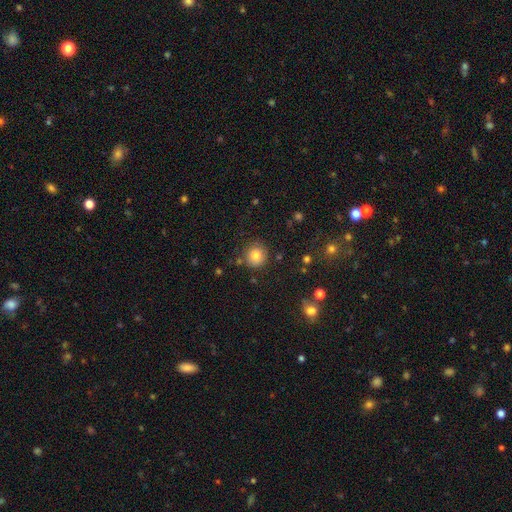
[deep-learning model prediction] smooth 82%, star or artifact 11%, featured or disk 7%. Down the decision tree: how rounded — round (89%); merging — none (84%).